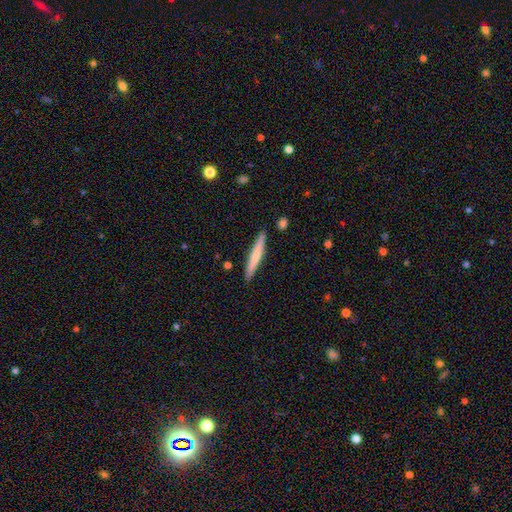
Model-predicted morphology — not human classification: Smooth or featured? Predicted: smooth (p=0.62). How rounded? Predicted: cigar-shaped (p=0.95). Merging? Predicted: none (p=0.89).